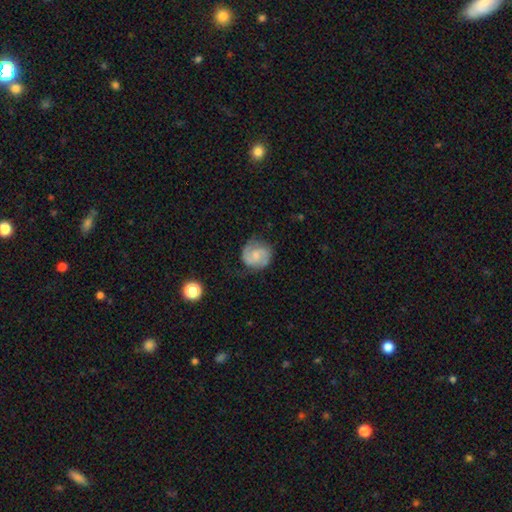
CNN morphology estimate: Overall: featured or disk (65%; smooth 28%). Edge-on disk: no (98%). Bar: no (50%; weak 43%). Spiral arms: yes (93%). Spiral arm count: 2 (83%). Spiral winding: medium (48%; tight 33%). Bulge size: small (47%; moderate 28%). Merging: none (73%).